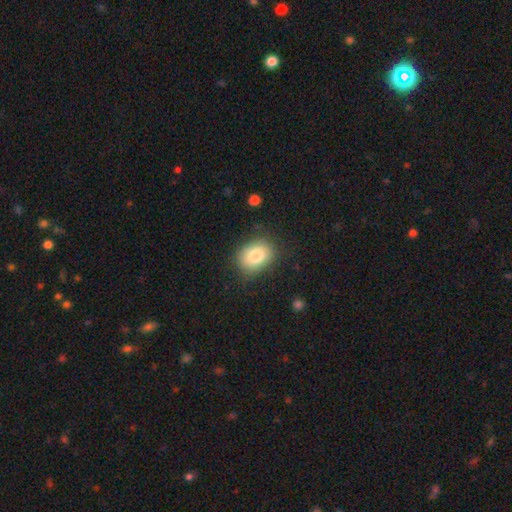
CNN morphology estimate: Smooth or featured?
  - smooth: 83% *
  - featured or disk: 9%
  - star or artifact: 8%
How rounded?
  - in between: 65% *
  - round: 34%
  - cigar-shaped: 1%
Merging?
  - none: 80% *
  - minor disturbance: 15%
  - major disturbance: 4%
  - merger: 1%